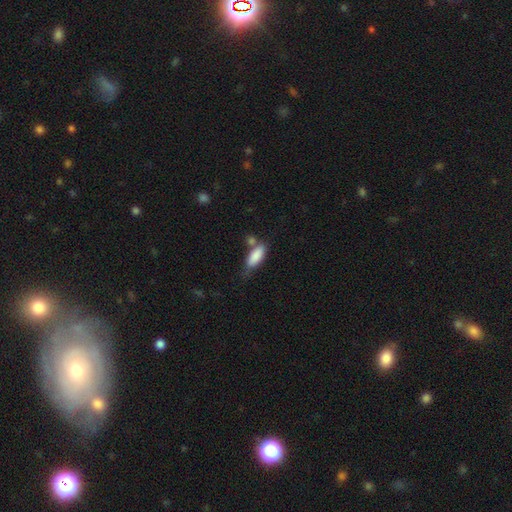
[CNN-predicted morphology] This appears to be a smooth galaxy with no disk features (85%) that is in between round and cigar-shaped (77%). Merging: none (47%).